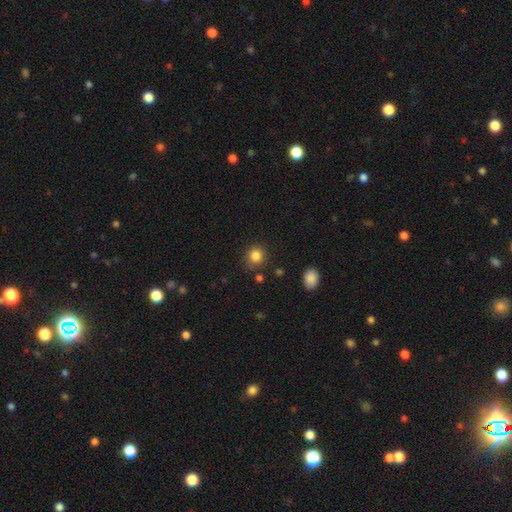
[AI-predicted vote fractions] Q: Smooth or featured?
A: smooth (85%); runner-up: star or artifact (11%)
Q: How rounded?
A: round (82%); runner-up: in between (17%)
Q: Merging?
A: none (81%); runner-up: minor disturbance (12%)